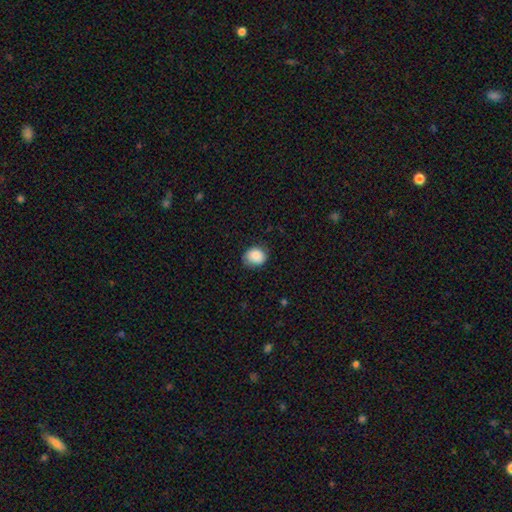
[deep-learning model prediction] smooth_or_featured: smooth (p=0.87) [alt: star or artifact p=0.08]
how_rounded: round (p=0.67) [alt: in between p=0.32]
merging: none (p=0.76) [alt: minor disturbance p=0.19]